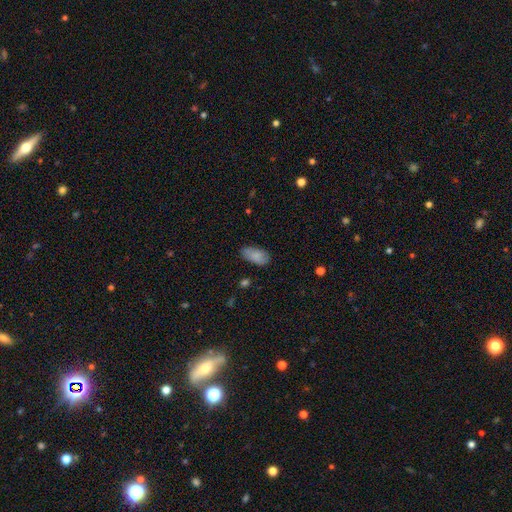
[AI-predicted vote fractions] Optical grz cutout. It shows a smooth galaxy with no disk features (84%) that is in between round and cigar-shaped (93%). Merging: none (74%).